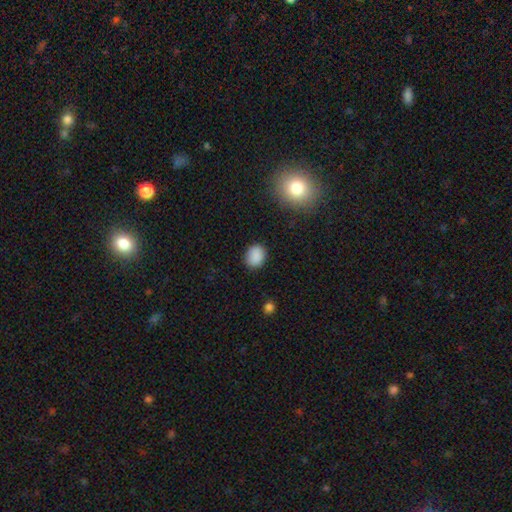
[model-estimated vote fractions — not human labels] Smooth or featured? Predicted: smooth (p=0.87). How rounded? Predicted: round (p=0.56). Merging? Predicted: none (p=0.85).